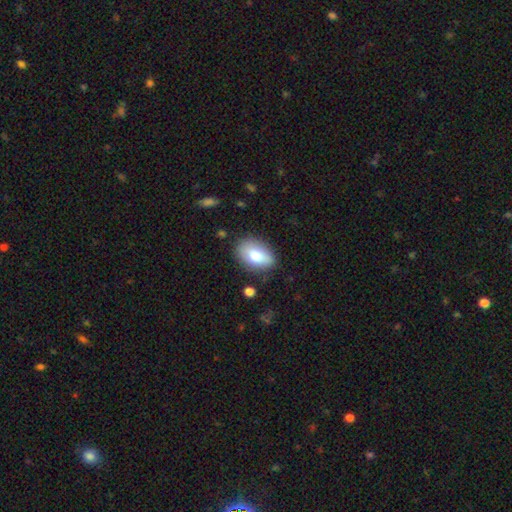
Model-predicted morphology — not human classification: Smooth or featured? smooth (77%)
How rounded? in between (89%)
Merging? none (79%)